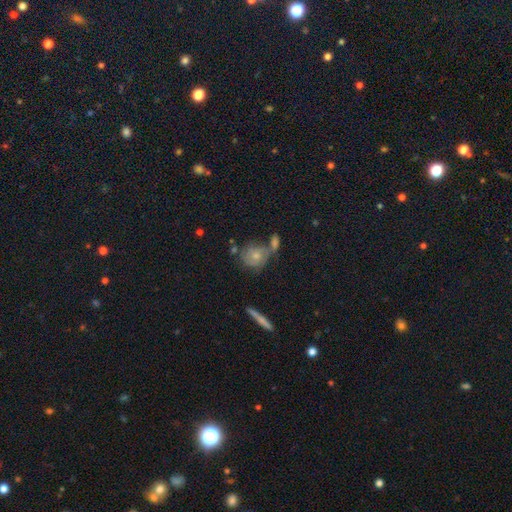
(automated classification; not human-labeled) Smooth or featured: smooth — 52% (featured or disk — 38%)
How rounded: round — 68% (in between — 29%)
Merging: none — 46% (merger — 28%)